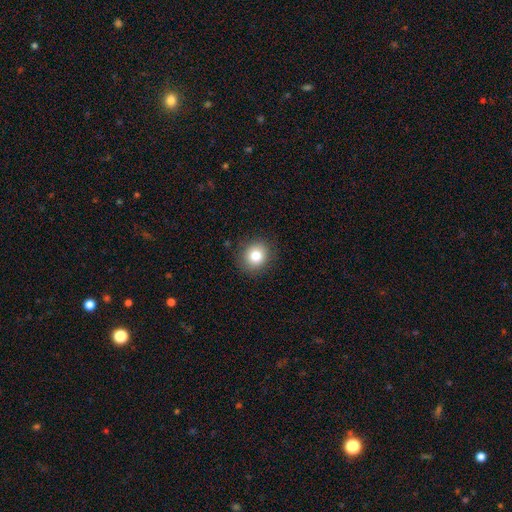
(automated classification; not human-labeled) Smooth or featured: smooth — 80% (star or artifact — 11%)
How rounded: round — 84% (in between — 15%)
Merging: none — 89% (minor disturbance — 7%)